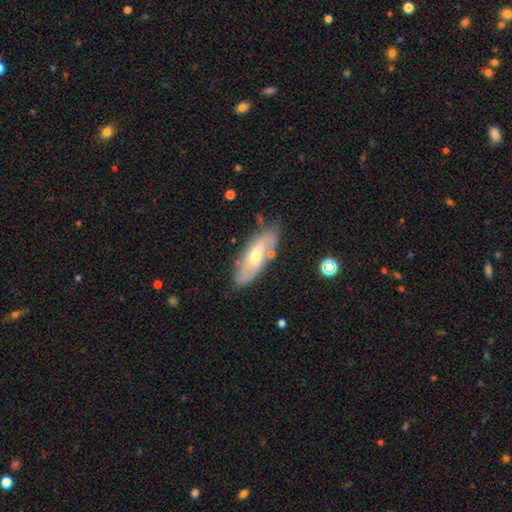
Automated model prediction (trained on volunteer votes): A featured or disk galaxy (49%). Merging: none (72%).